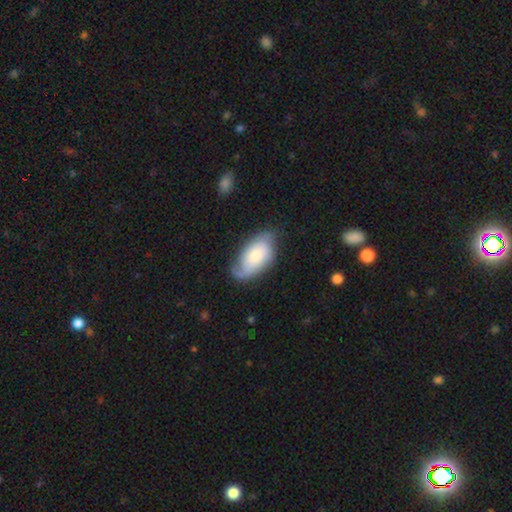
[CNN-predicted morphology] Smooth or featured?
  - smooth: 50% *
  - featured or disk: 44%
  - star or artifact: 6%
Merging?
  - none: 59% *
  - minor disturbance: 27%
  - major disturbance: 12%
  - merger: 2%